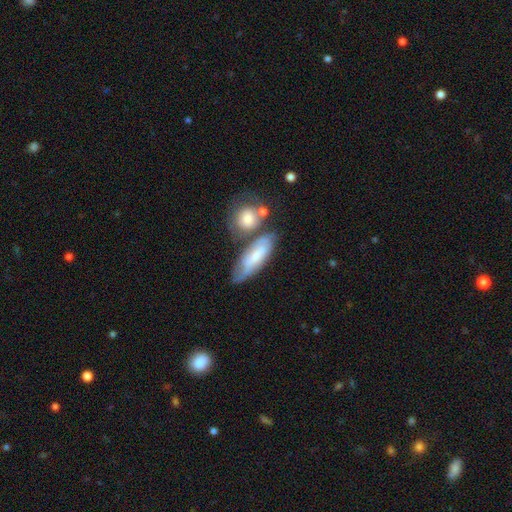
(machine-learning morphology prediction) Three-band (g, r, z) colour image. It shows a featured or disk galaxy (49%). Merging: none (47%).